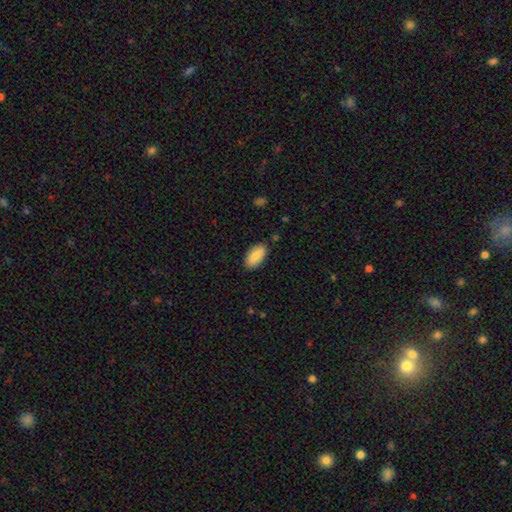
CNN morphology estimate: Overall: smooth (85%). How rounded: in between (93%). Merging: none (87%).